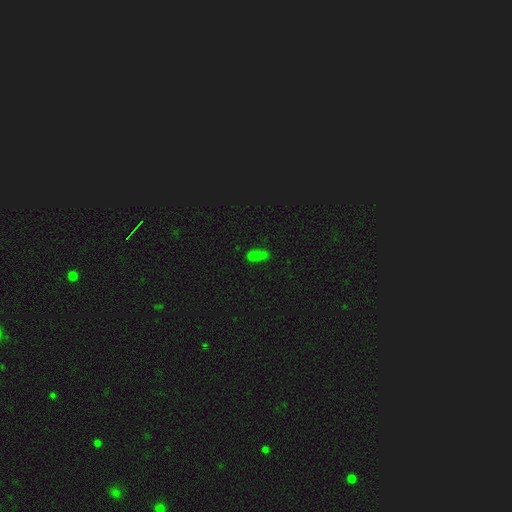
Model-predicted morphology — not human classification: Smooth or featured? smooth (64%)
How rounded? in between (83%)
Merging? none (54%)